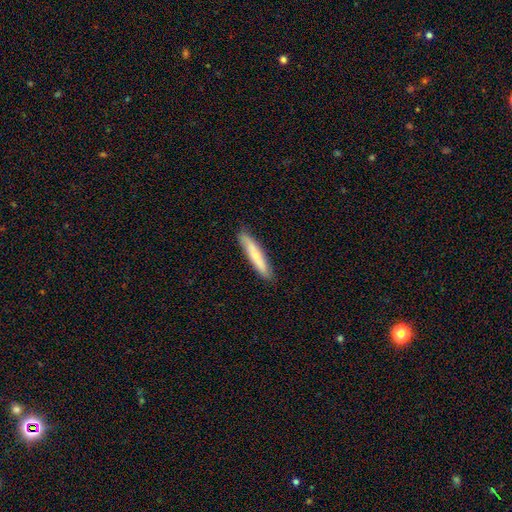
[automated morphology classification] This is likely a smooth galaxy (63%). How rounded: clearly cigar-shaped (90%). Merging: clearly none (87%).